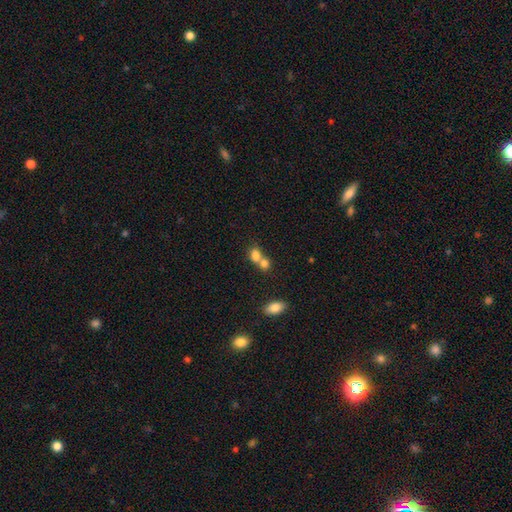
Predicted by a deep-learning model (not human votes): A smooth galaxy with no disk features (79%) that is in between round and cigar-shaped (58%). Merging: merger (63%).